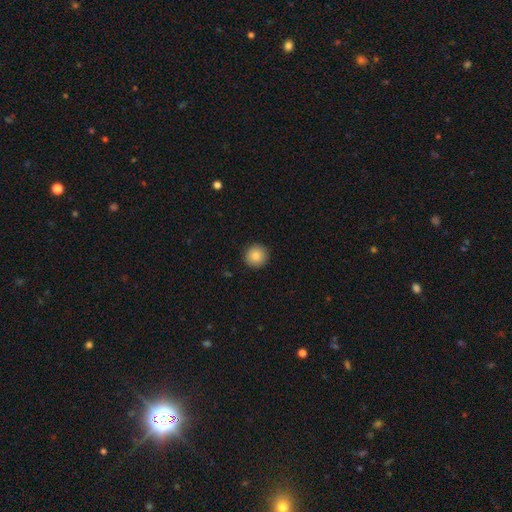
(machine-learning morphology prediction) The model was most divided on "smooth or featured": smooth: 86%, star or artifact: 9%, featured or disk: 5%. More confident: how rounded — round (95%); merging — none (92%).